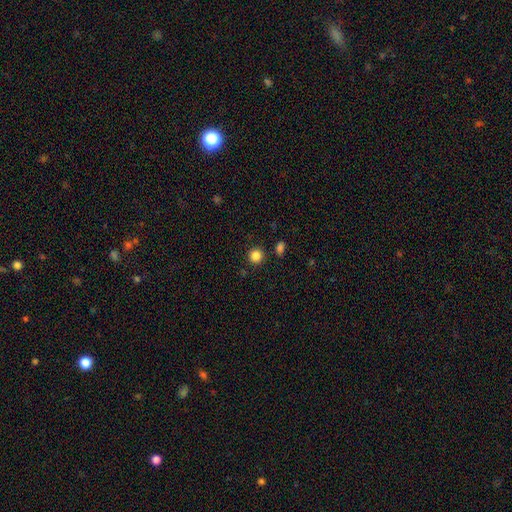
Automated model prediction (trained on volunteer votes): Smooth or featured? Predicted: smooth (p=0.85). How rounded? Predicted: round (p=0.93). Merging? Predicted: none (p=0.89).